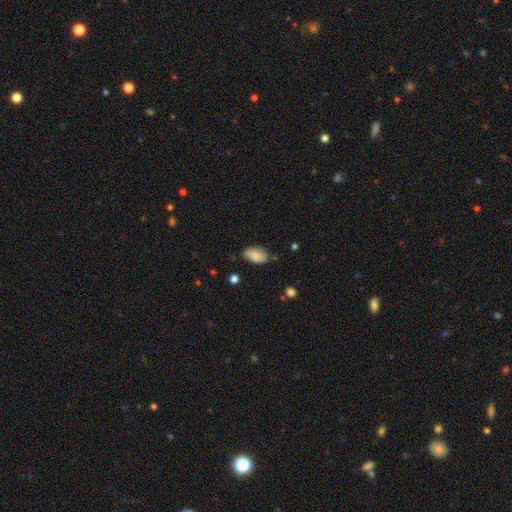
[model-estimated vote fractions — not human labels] Morphology: type=smooth (80%); roundness=in between (93%); merging=none (65%).